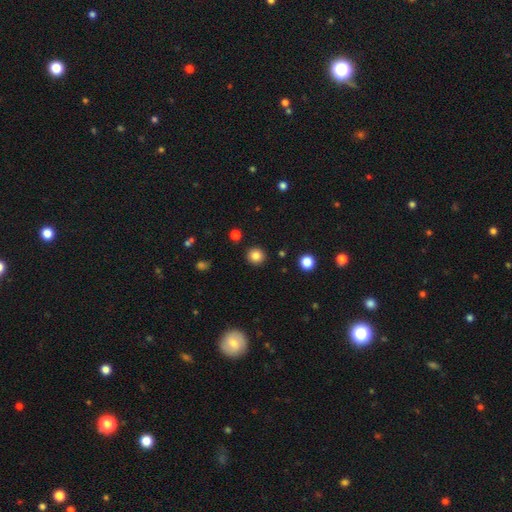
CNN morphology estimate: The model was most divided on "smooth or featured": smooth: 83%, star or artifact: 12%, featured or disk: 5%. More confident: how rounded — round (93%); merging — none (91%).